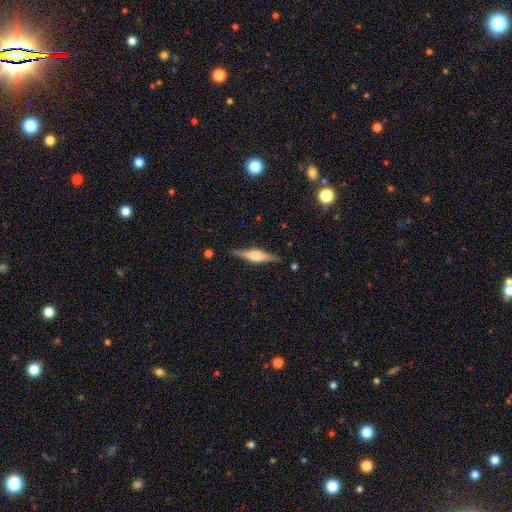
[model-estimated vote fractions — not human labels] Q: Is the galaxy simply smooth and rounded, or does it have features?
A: featured or disk — 74%.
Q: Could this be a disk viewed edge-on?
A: yes — 98%.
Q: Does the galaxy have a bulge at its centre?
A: rounded — 77%.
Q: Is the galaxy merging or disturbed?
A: none — 87%.